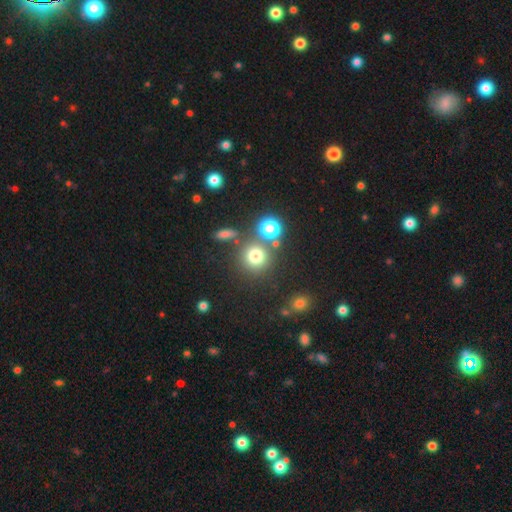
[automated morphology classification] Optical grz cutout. It shows a smooth galaxy with no disk features (72%) that is round (92%). Merging: none (74%).